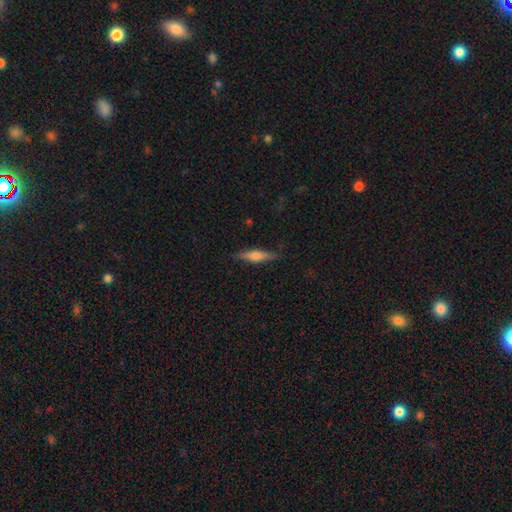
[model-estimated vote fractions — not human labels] Smooth or featured? Predicted: featured or disk (p=0.57). Edge-on disk? Predicted: yes (p=0.96). Edge-on bulge? Predicted: rounded (p=0.79). Merging? Predicted: none (p=0.86).